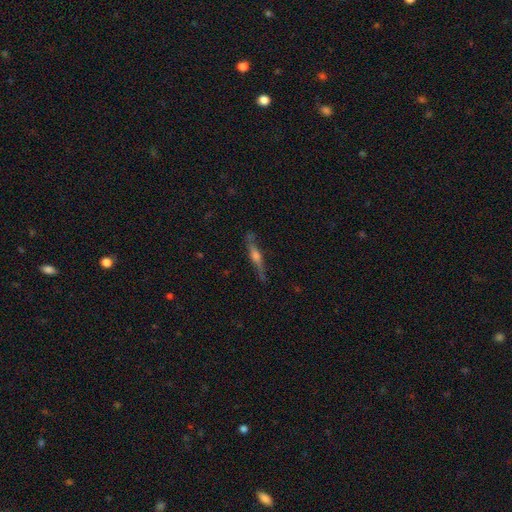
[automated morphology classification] Smooth or featured?
  - featured or disk: 73% *
  - smooth: 20%
  - star or artifact: 7%
Edge-on disk?
  - yes: 96% *
  - no: 4%
Edge-on bulge?
  - rounded: 84% *
  - boxy: 11%
  - none: 6%
Merging?
  - none: 82% *
  - minor disturbance: 13%
  - major disturbance: 3%
  - merger: 2%